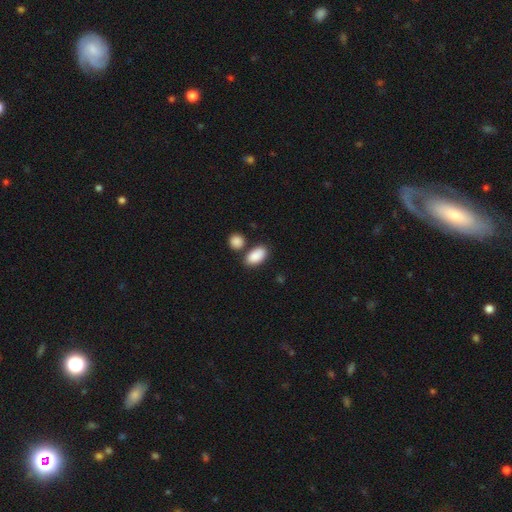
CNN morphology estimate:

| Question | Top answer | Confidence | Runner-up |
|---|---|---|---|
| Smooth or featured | smooth | 89% | star or artifact (6%) |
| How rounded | in between | 92% | round (5%) |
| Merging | none | 67% | merger (17%) |